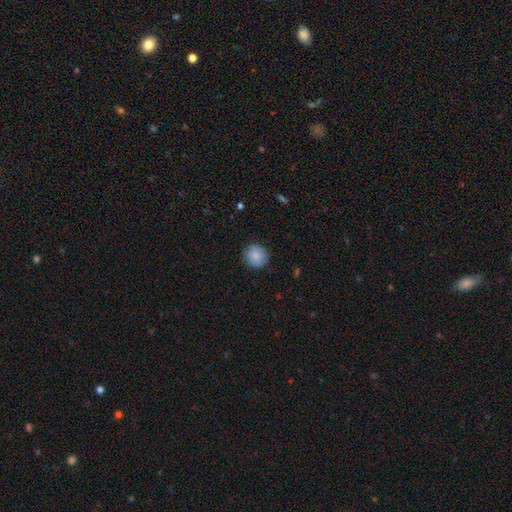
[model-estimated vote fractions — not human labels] Overall: smooth (84%). How rounded: round (92%). Merging: none (86%).